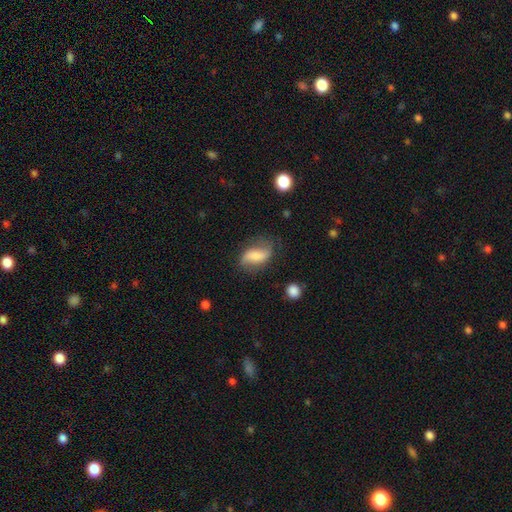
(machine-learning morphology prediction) type=smooth (50%); merging=none (62%).